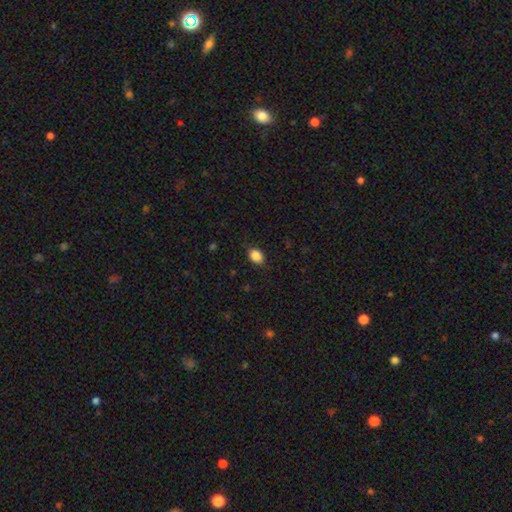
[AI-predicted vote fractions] smooth_or_featured: smooth (p=0.87) [alt: star or artifact p=0.09]
how_rounded: in between (p=0.75) [alt: round p=0.24]
merging: none (p=0.83) [alt: minor disturbance p=0.13]